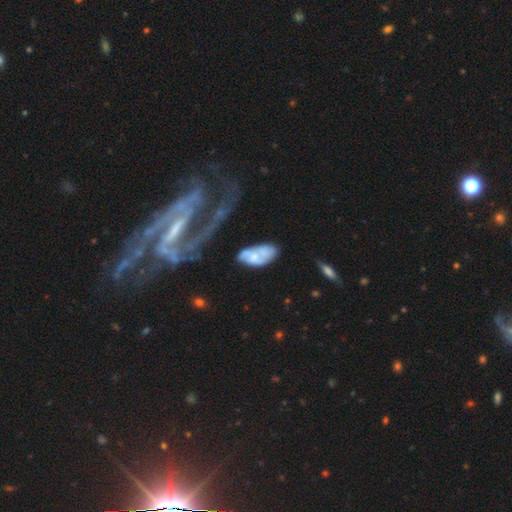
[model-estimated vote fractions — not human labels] The model was most divided on "smooth or featured": featured or disk: 48%, smooth: 45%, star or artifact: 7%. More confident: merging — none (54%).